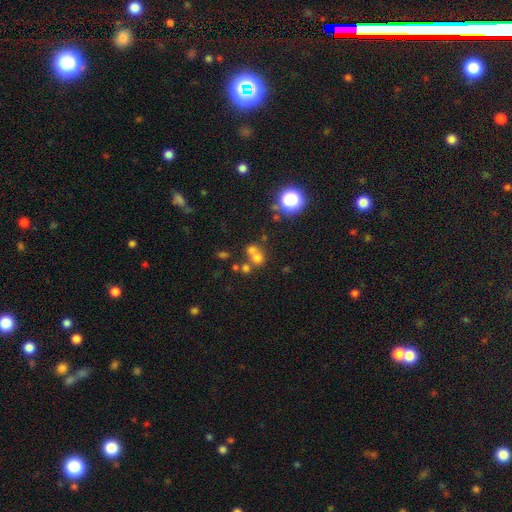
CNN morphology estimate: type=smooth (59%); roundness=round (81%); merging=merger (49%).